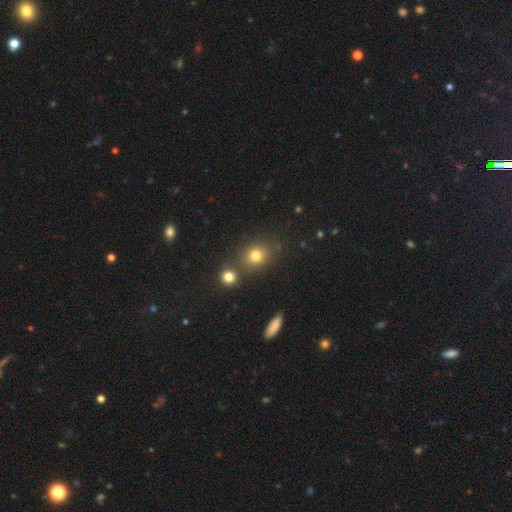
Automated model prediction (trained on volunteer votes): Overall: smooth (77%). How rounded: round (74%). Merging: none (73%).